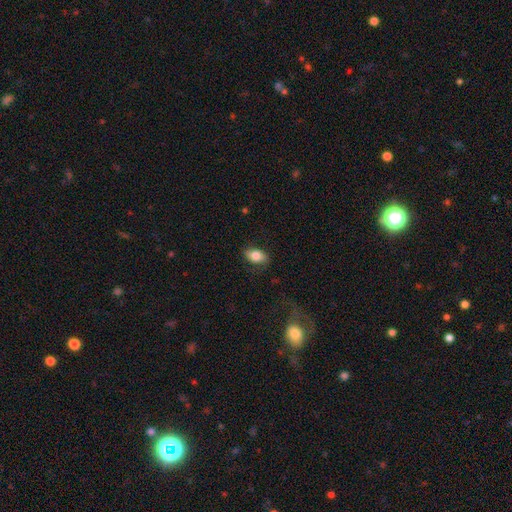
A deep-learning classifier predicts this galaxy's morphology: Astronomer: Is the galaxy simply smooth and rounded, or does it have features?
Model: smooth — 79%.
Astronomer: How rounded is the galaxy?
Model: in between — 89%.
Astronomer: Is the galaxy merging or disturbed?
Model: none — 77%.